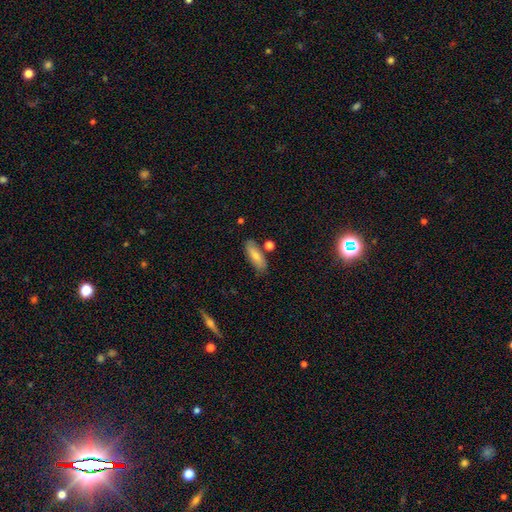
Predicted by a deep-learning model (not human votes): smooth-or-featured: smooth: 75% | featured or disk: 19% | star or artifact: 7%
  how-rounded: in between: 65% | cigar-shaped: 33% | round: 3%
  merging: none: 78% | minor disturbance: 13% | merger: 6% | major disturbance: 3%